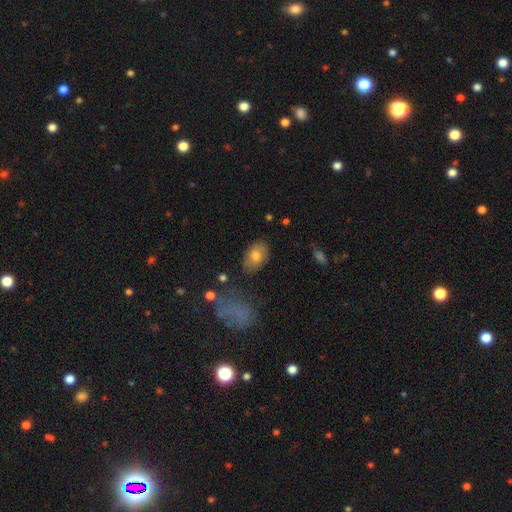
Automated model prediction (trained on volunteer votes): Smooth or featured?
  - smooth: 76% *
  - featured or disk: 15%
  - star or artifact: 8%
How rounded?
  - in between: 88% *
  - round: 11%
  - cigar-shaped: 1%
Merging?
  - none: 81% *
  - minor disturbance: 13%
  - major disturbance: 4%
  - merger: 3%